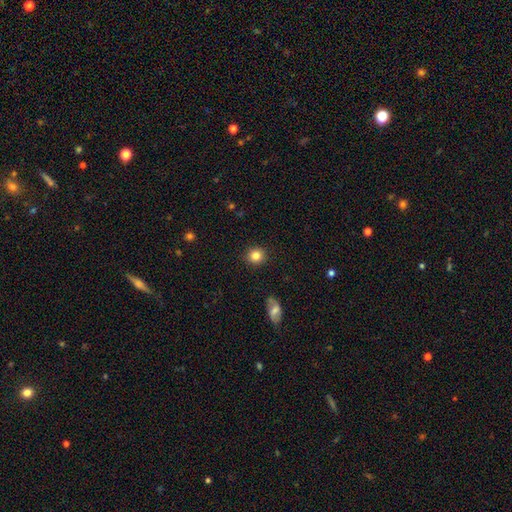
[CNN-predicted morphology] Overall: smooth (84%). How rounded: round (89%). Merging: none (91%).